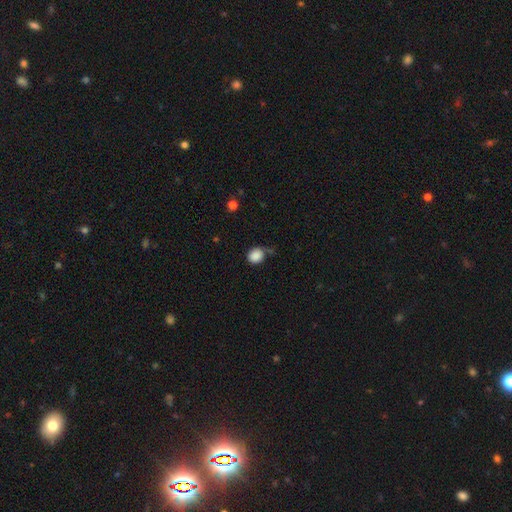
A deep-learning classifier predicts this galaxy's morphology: smooth 87%, star or artifact 9%, featured or disk 4%. Down the decision tree: how rounded — round (76%); merging — none (62%).